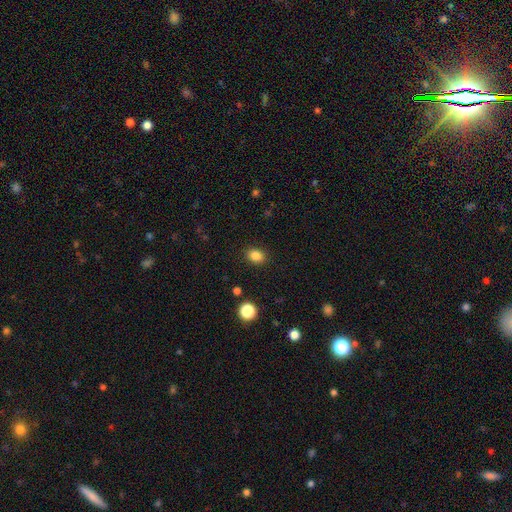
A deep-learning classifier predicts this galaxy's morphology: smooth-or-featured: smooth: 85% | star or artifact: 11% | featured or disk: 4%
  how-rounded: in between: 60% | round: 39% | cigar-shaped: 1%
  merging: none: 89% | minor disturbance: 8% | major disturbance: 2% | merger: 1%